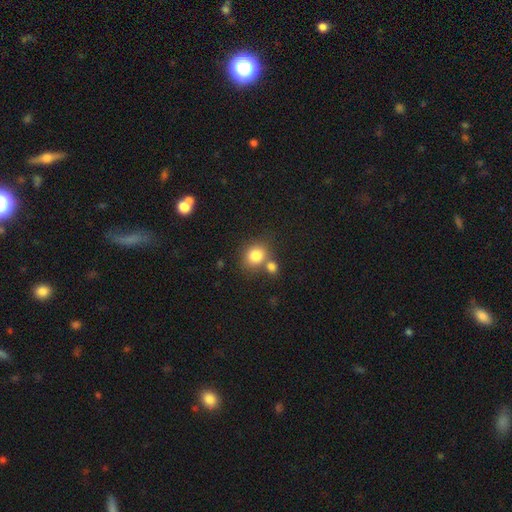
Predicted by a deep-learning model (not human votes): smooth_or_featured: smooth (p=0.81) [alt: star or artifact p=0.11]
how_rounded: round (p=0.69) [alt: in between p=0.30]
merging: none (p=0.56) [alt: merger p=0.29]